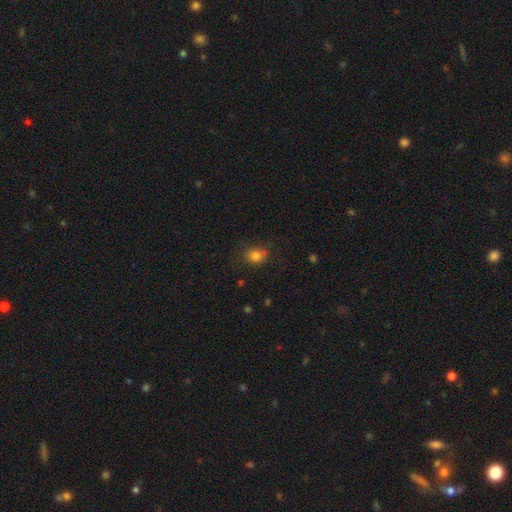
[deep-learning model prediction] This is clearly a smooth galaxy (81%). How rounded: possibly in between (52%). Merging: likely none (73%).